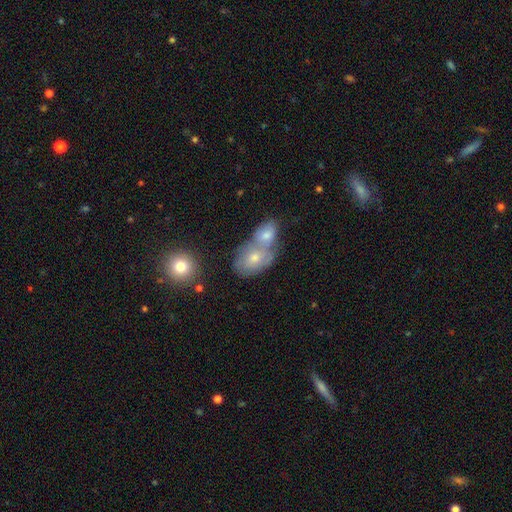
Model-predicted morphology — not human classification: This is possibly a smooth galaxy (46%). Merging: possibly merger (57%).